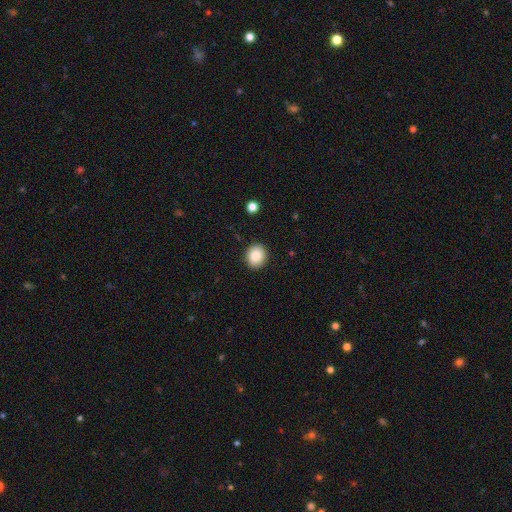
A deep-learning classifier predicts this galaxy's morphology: smooth-or-featured: smooth: 86% | star or artifact: 9% | featured or disk: 6%
  how-rounded: round: 73% | in between: 26% | cigar-shaped: 1%
  merging: none: 90% | minor disturbance: 7% | major disturbance: 2% | merger: 1%